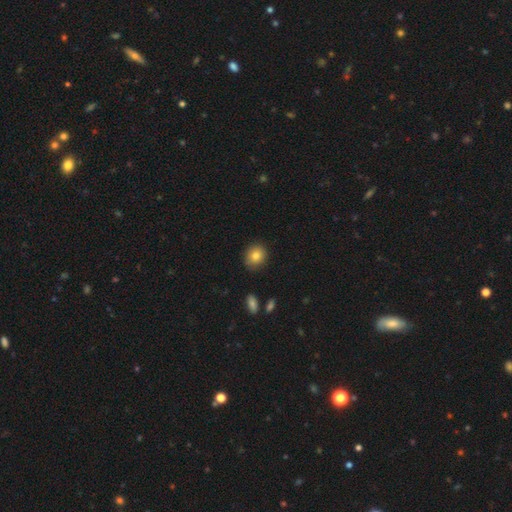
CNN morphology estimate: The model was most divided on "how rounded": round: 69%, in between: 30%, cigar-shaped: 1%. More confident: merging — none (85%); smooth or featured — smooth (82%).